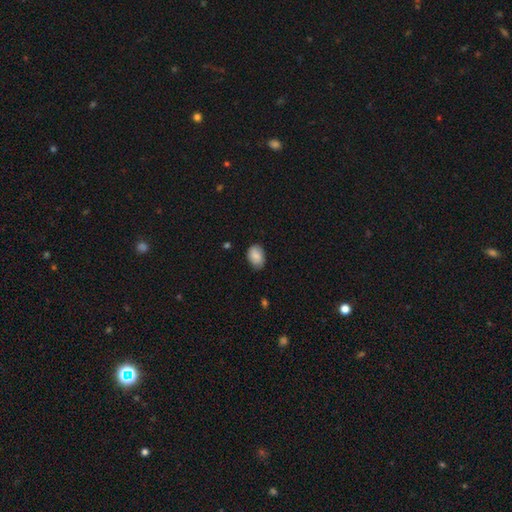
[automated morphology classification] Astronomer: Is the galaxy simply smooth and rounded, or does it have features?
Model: smooth — 84%.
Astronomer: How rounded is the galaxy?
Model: in between — 81%.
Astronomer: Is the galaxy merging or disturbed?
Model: none — 75%.